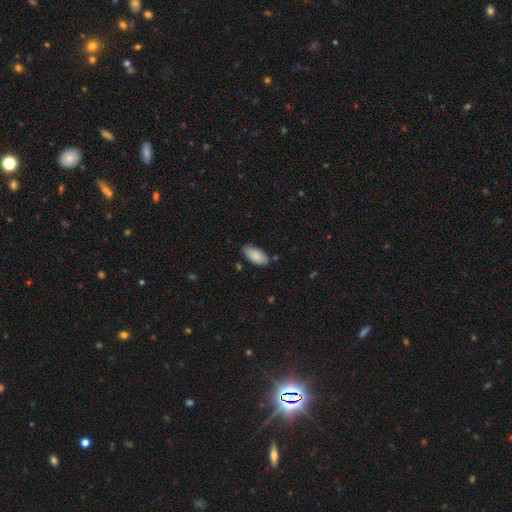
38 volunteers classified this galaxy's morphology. Smooth or featured: smooth — 87% (featured or disk — 8%)
How rounded: in between — 91% (cigar-shaped — 6%)
Merging: none — 86% (minor disturbance — 11%)